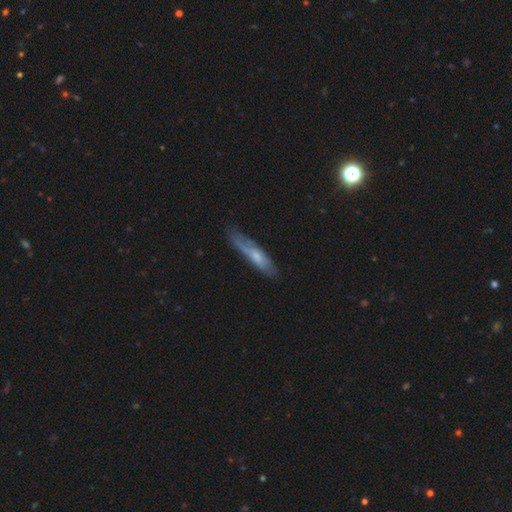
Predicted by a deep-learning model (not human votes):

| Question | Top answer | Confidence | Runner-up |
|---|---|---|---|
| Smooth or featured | smooth | 49% | featured or disk (45%) |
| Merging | none | 61% | minor disturbance (27%) |